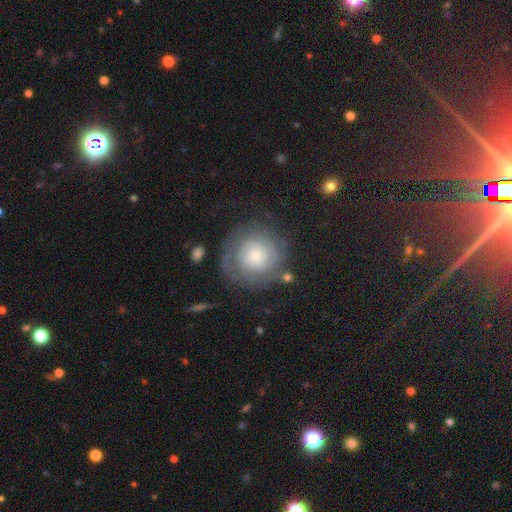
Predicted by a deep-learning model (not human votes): smooth_or_featured: featured or disk (p=0.70) [alt: smooth p=0.21]
disk_edge_on: no (p=0.98) [alt: yes p=0.02]
bar: no (p=0.81) [alt: weak p=0.16]
has_spiral_arms: yes (p=0.90) [alt: no p=0.10]
spiral_winding: tight (p=0.77) [alt: medium p=0.17]
spiral_arm_count: can't tell (p=0.39) [alt: 2 p=0.32]
bulge_size: small (p=0.48) [alt: moderate p=0.40]
merging: none (p=0.76) [alt: minor disturbance p=0.14]